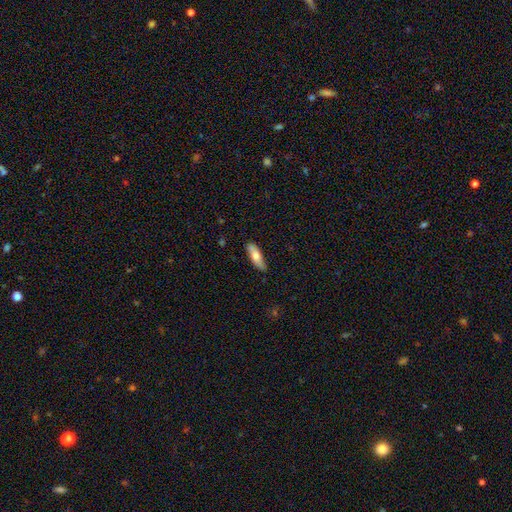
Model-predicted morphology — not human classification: Smooth or featured: smooth — 69% (featured or disk — 25%)
How rounded: cigar-shaped — 52% (in between — 46%)
Merging: none — 83% (minor disturbance — 13%)